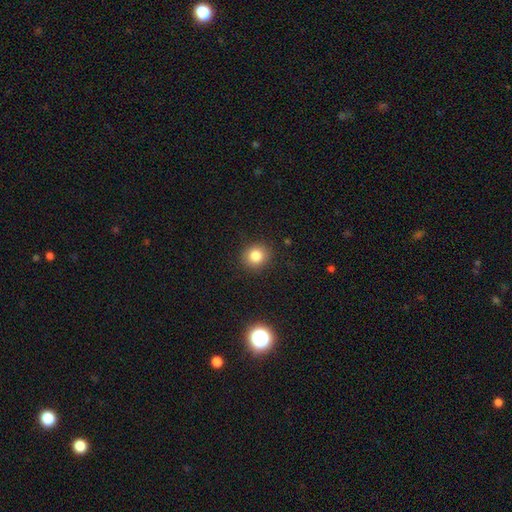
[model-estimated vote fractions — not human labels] Smooth or featured? Predicted: smooth (p=0.82). How rounded? Predicted: round (p=0.84). Merging? Predicted: none (p=0.89).